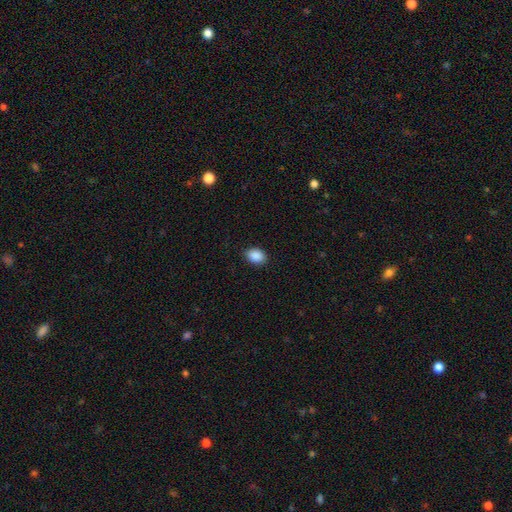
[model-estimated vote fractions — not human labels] Overall: smooth (90%). How rounded: in between (73%). Merging: none (89%).